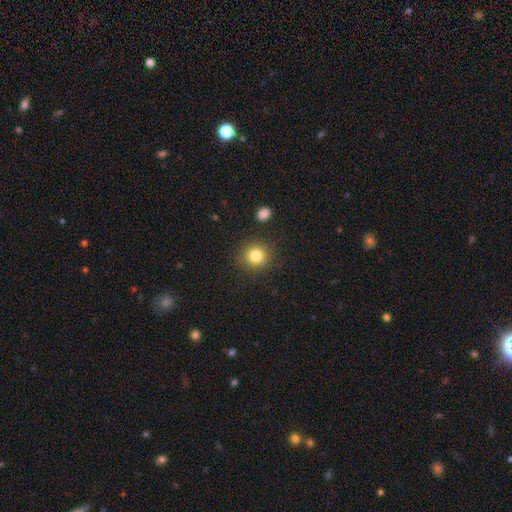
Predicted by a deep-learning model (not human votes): The model was most divided on "smooth or featured": smooth: 82%, star or artifact: 11%, featured or disk: 7%. More confident: how rounded — round (89%); merging — none (88%).